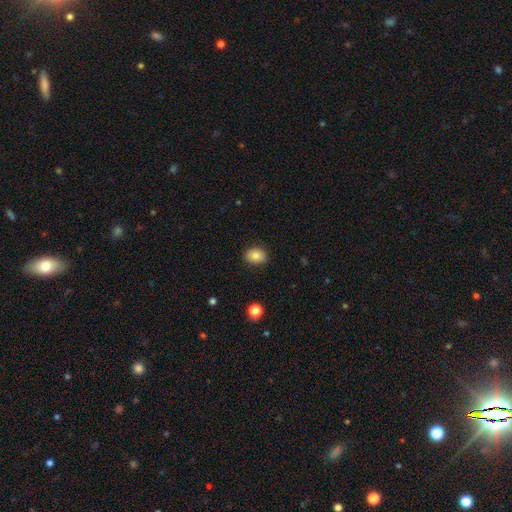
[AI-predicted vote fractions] Smooth or featured? smooth (84%)
How rounded? in between (67%)
Merging? none (87%)